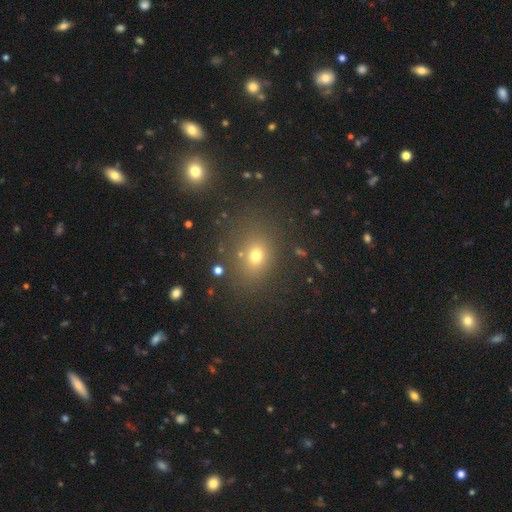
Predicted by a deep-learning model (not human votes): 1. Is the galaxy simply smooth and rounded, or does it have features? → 68% smooth, 22% star or artifact, 10% featured or disk.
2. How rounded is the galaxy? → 53% round, 45% in between, 1% cigar-shaped.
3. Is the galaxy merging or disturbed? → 77% none, 12% minor disturbance, 6% merger, 5% major disturbance.